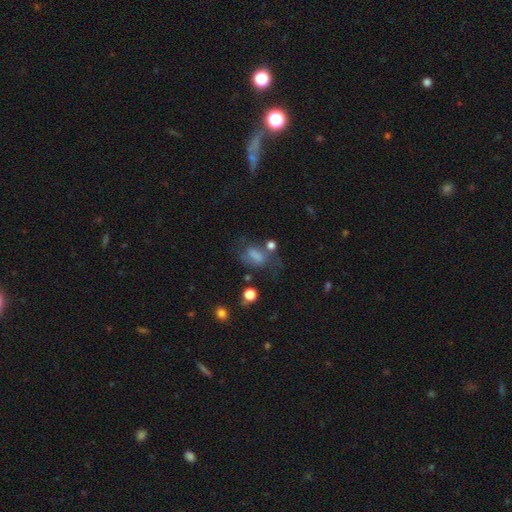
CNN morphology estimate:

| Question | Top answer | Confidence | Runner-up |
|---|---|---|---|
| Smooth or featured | smooth | 65% | featured or disk (21%) |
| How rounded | in between | 74% | round (22%) |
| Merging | none | 37% | major disturbance (27%) |